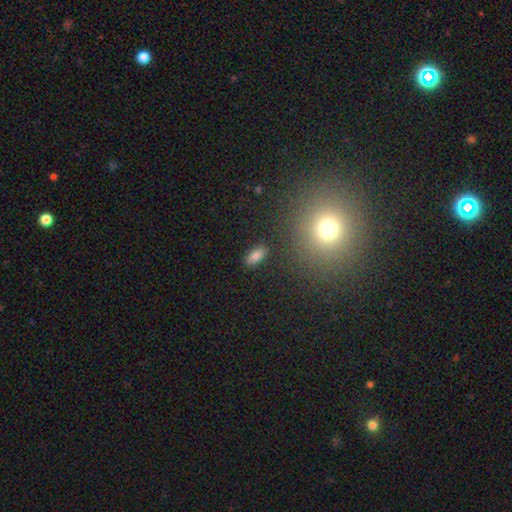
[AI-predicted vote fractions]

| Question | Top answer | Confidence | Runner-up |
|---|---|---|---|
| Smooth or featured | smooth | 81% | star or artifact (11%) |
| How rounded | in between | 85% | cigar-shaped (9%) |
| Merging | none | 87% | minor disturbance (8%) |